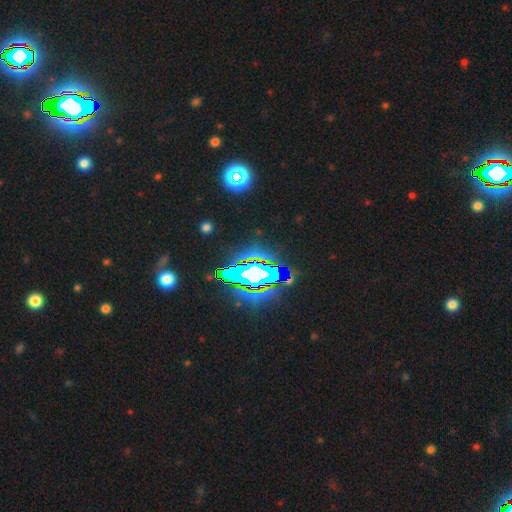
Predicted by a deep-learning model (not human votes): A star or artifact, not a galaxy (81%).

Vote fractions:
- Smooth or featured? star or artifact: 81% / smooth: 10% / featured or disk: 9%